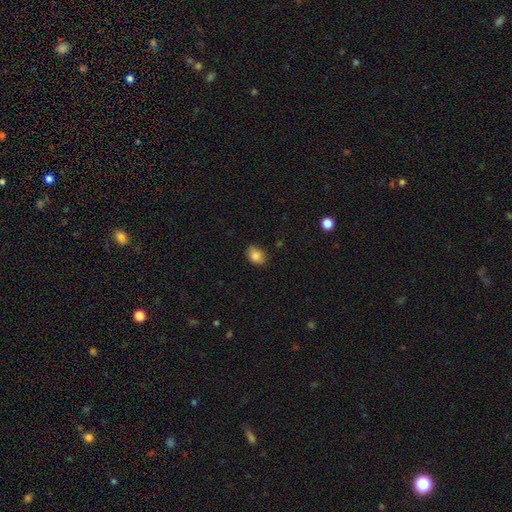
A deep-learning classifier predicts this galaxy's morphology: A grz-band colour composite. It shows a smooth galaxy with no disk features (84%) that is in between round and cigar-shaped (61%). Merging: none (71%).